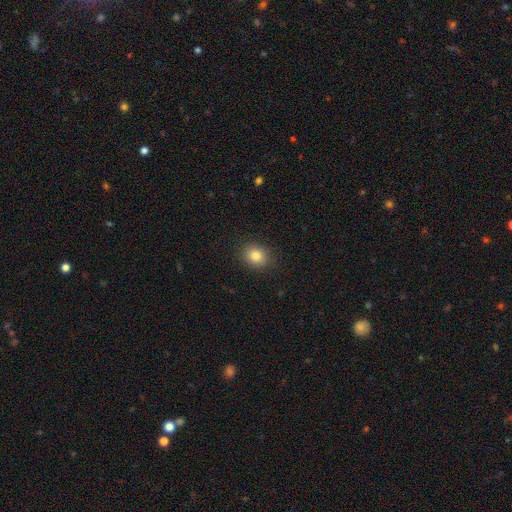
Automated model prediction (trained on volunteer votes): A smooth galaxy with no disk features (84%) that is round (67%).

Vote fractions:
- Smooth or featured? smooth: 84% / star or artifact: 10% / featured or disk: 6%
- How rounded? round: 67% / in between: 33% / cigar-shaped: 1%
- Merging? none: 89% / minor disturbance: 8% / major disturbance: 2% / merger: 1%